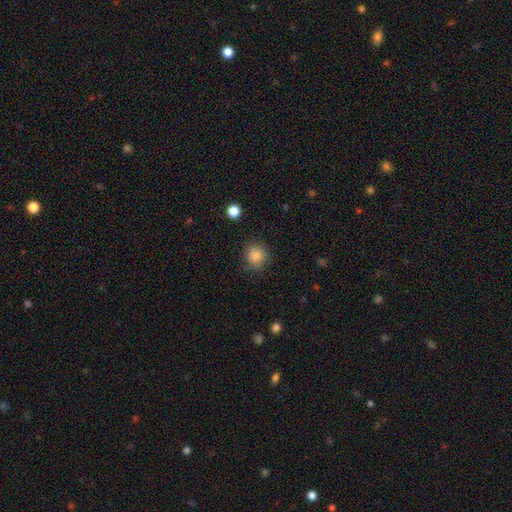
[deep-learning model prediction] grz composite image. It shows a smooth galaxy with no disk features (85%) that is round (87%). Merging: none (83%).